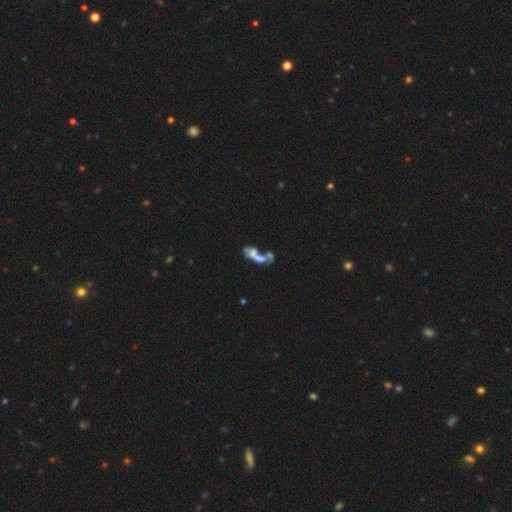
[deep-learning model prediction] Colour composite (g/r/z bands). It shows a featured or disk galaxy (51%). Merging: merger (59%).